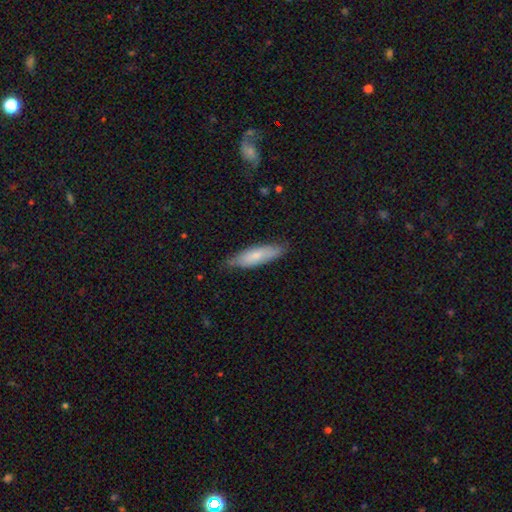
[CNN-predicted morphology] A smooth galaxy with no disk features (70%) that is cigar-shaped (59%).

Vote fractions:
- Smooth or featured? smooth: 70% / featured or disk: 24% / star or artifact: 6%
- How rounded? cigar-shaped: 59% / in between: 39% / round: 2%
- Merging? none: 76% / minor disturbance: 19% / major disturbance: 3% / merger: 1%